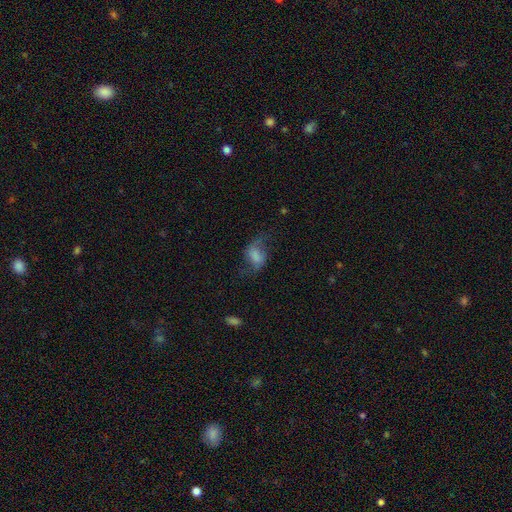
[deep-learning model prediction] Q: Smooth or featured?
A: smooth (49%); runner-up: featured or disk (40%)
Q: Merging?
A: none (47%); runner-up: major disturbance (28%)